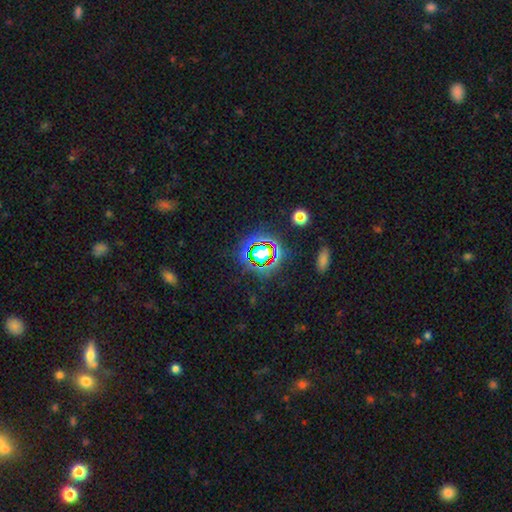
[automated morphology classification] type=star or artifact (71%).